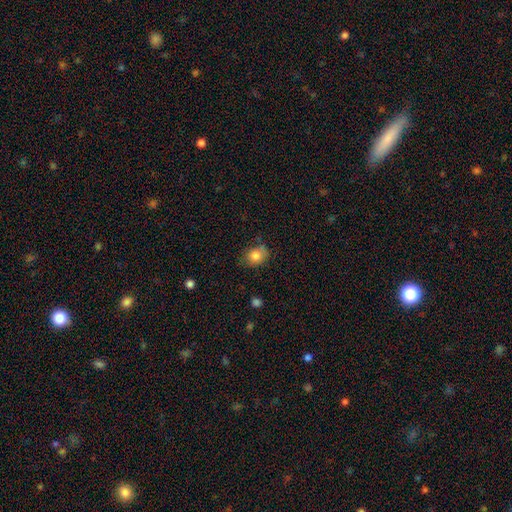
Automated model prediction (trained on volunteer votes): Smooth or featured? smooth (82%)
How rounded? in between (51%)
Merging? none (67%)